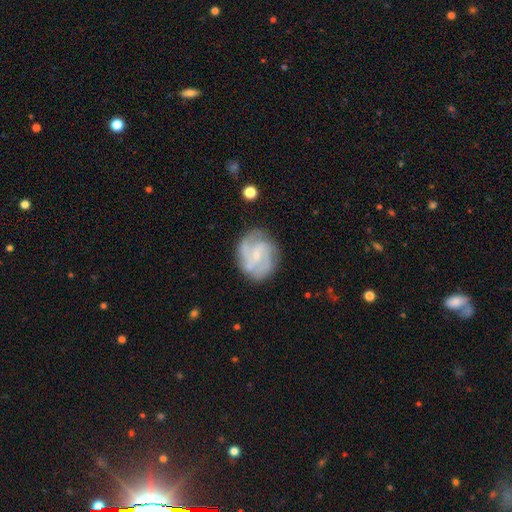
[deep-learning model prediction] A featured or disk galaxy (80%) with no bar (48%), 2 (34%) medium (48%) spiral arms (94%) and a small central bulge (69%). Merging: none (74%).